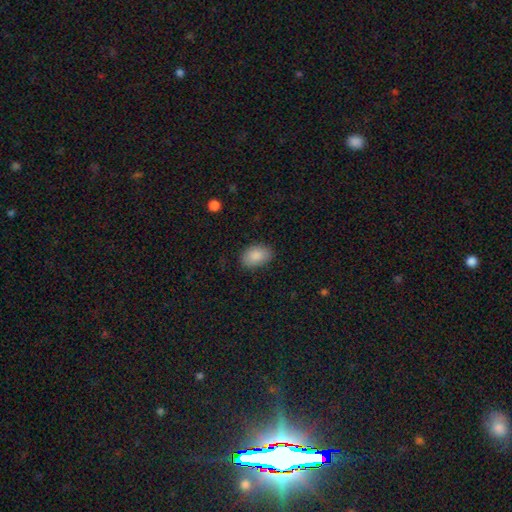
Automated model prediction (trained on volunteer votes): smooth-or-featured: smooth: 88% | star or artifact: 7% | featured or disk: 5%
  how-rounded: in between: 86% | round: 13% | cigar-shaped: 1%
  merging: none: 82% | minor disturbance: 13% | major disturbance: 3% | merger: 1%